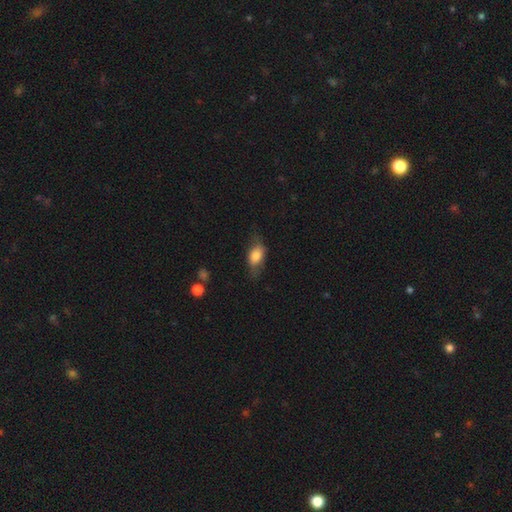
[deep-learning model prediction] Smooth or featured?
  - smooth: 72% *
  - featured or disk: 21%
  - star or artifact: 7%
How rounded?
  - in between: 84% *
  - round: 8%
  - cigar-shaped: 8%
Merging?
  - none: 62% *
  - minor disturbance: 25%
  - major disturbance: 11%
  - merger: 2%